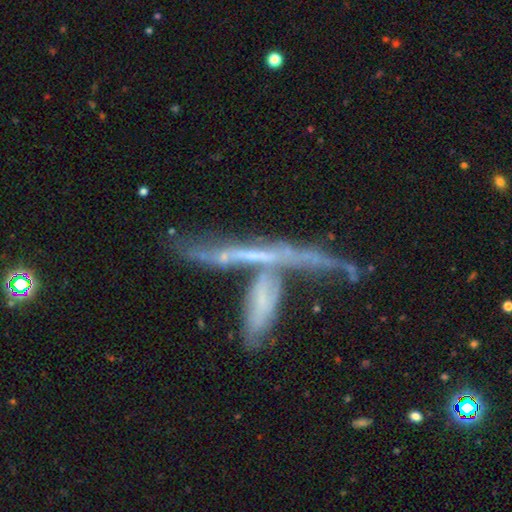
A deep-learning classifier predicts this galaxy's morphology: type=featured or disk (64%); edge-on=yes (67%); merging=merger (53%).